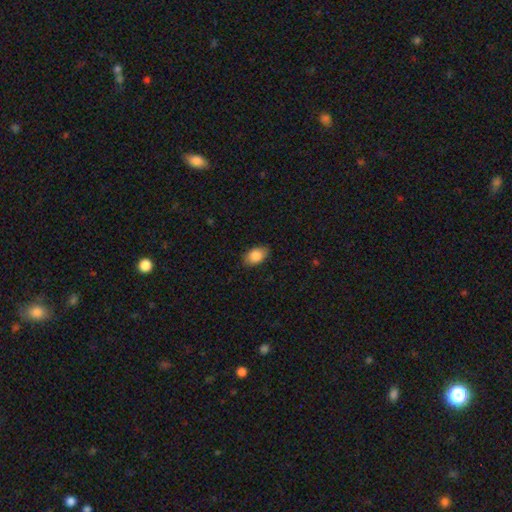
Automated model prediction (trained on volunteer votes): smooth_or_featured: smooth (p=0.86) [alt: star or artifact p=0.07]
how_rounded: in between (p=0.88) [alt: round p=0.10]
merging: none (p=0.85) [alt: minor disturbance p=0.11]